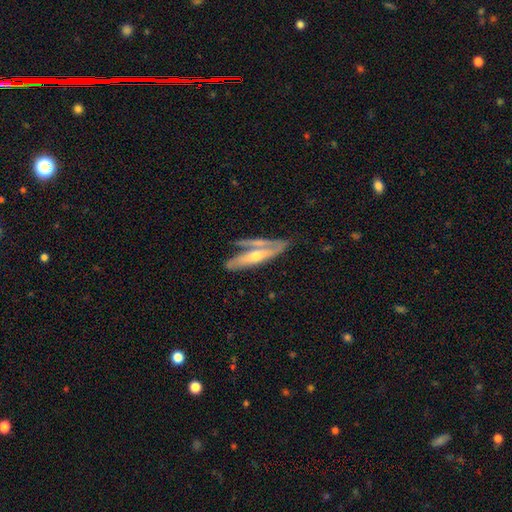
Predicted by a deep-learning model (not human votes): Smooth or featured? featured or disk (60%)
Edge-on disk? yes (50%, tied with no)
Merging? none (43%)